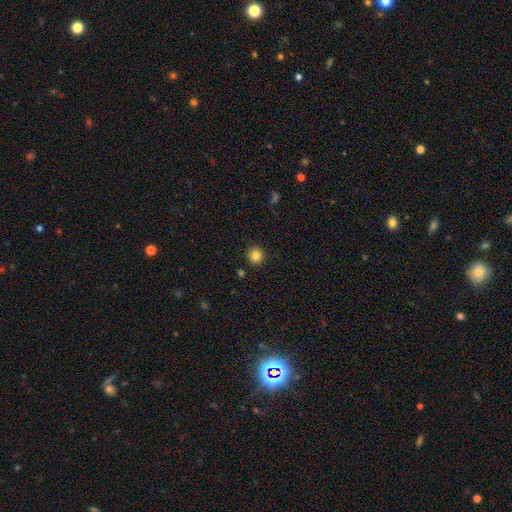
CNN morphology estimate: type=smooth (83%); roundness=round (94%); merging=none (90%).